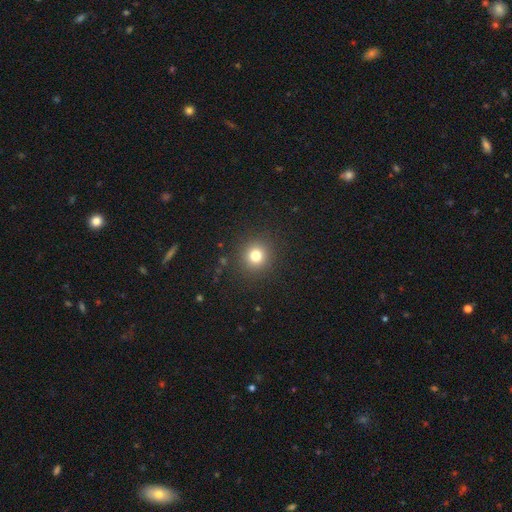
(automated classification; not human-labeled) A smooth galaxy with no disk features (78%) that is round (92%).

Vote fractions:
- Smooth or featured? smooth: 78% / star or artifact: 15% / featured or disk: 7%
- How rounded? round: 92% / in between: 7% / cigar-shaped: 1%
- Merging? none: 91% / minor disturbance: 6% / major disturbance: 3% / merger: 1%